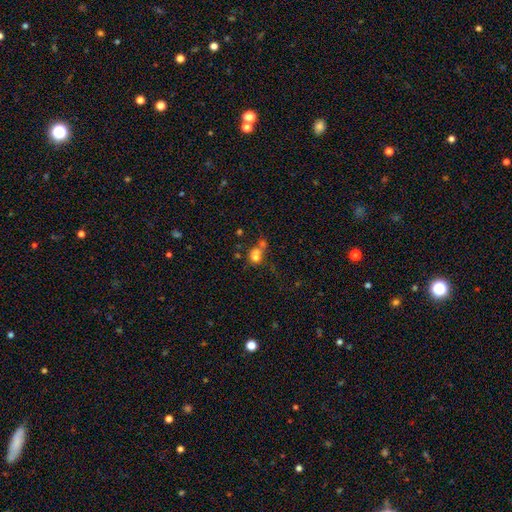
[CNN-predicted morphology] Smooth or featured: smooth — 68% (featured or disk — 17%)
How rounded: round — 73% (in between — 25%)
Merging: merger — 55% (none — 30%)